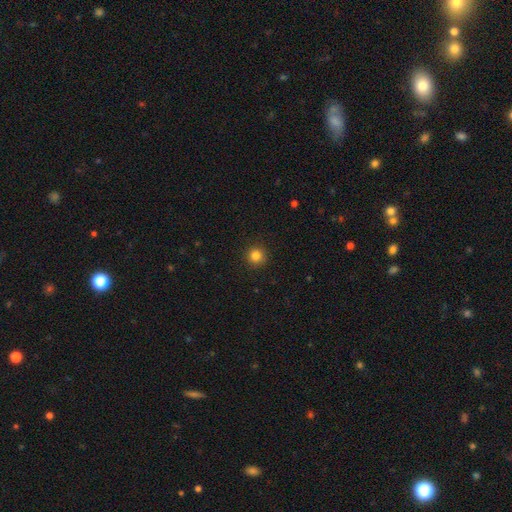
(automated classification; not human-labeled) smooth 83%, star or artifact 12%, featured or disk 5%. Down the decision tree: how rounded — round (95%); merging — none (92%).